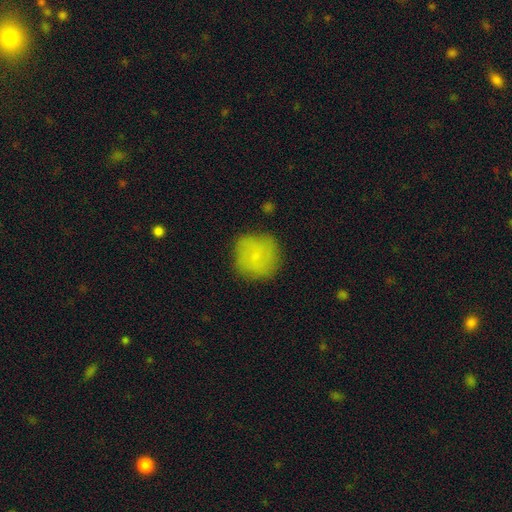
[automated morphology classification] A smooth galaxy with no disk features (75%) that is round (93%).

Vote fractions:
- Smooth or featured? smooth: 75% / featured or disk: 16% / star or artifact: 9%
- How rounded? round: 93% / in between: 6% / cigar-shaped: 1%
- Merging? none: 78% / minor disturbance: 15% / major disturbance: 5% / merger: 2%